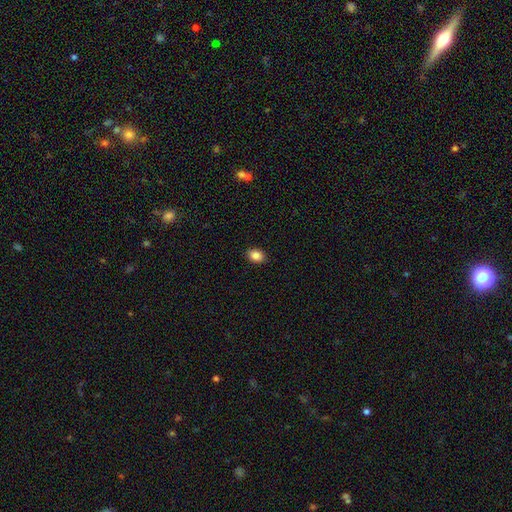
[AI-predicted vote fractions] Smooth or featured: smooth — 86% (star or artifact — 9%)
How rounded: in between — 73% (round — 26%)
Merging: none — 89% (minor disturbance — 8%)